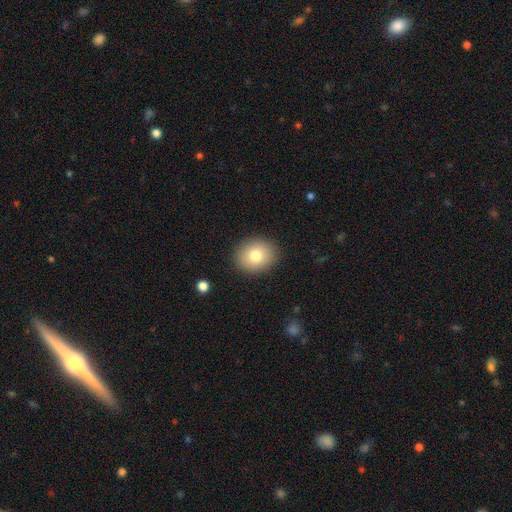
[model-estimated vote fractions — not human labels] Q: Smooth or featured?
A: smooth (79%); runner-up: featured or disk (12%)
Q: How rounded?
A: round (63%); runner-up: in between (36%)
Q: Merging?
A: none (89%); runner-up: minor disturbance (7%)